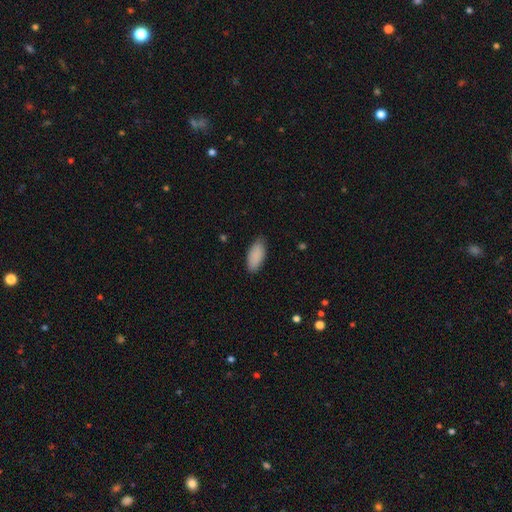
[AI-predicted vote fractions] Q: Smooth or featured?
A: smooth (90%); runner-up: star or artifact (6%)
Q: How rounded?
A: in between (92%); runner-up: cigar-shaped (6%)
Q: Merging?
A: none (82%); runner-up: minor disturbance (15%)